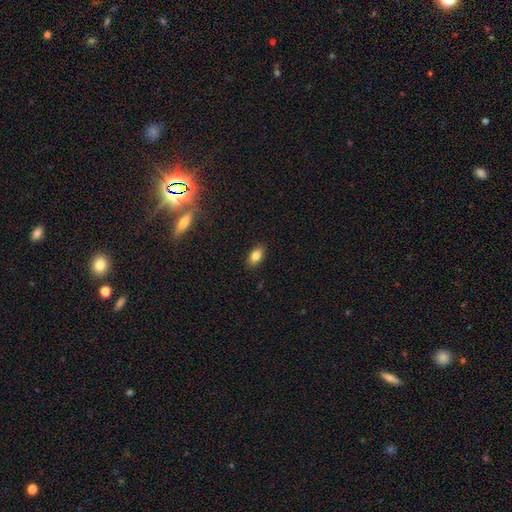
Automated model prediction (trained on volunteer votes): Smooth or featured? smooth (82%)
How rounded? in between (90%)
Merging? none (88%)